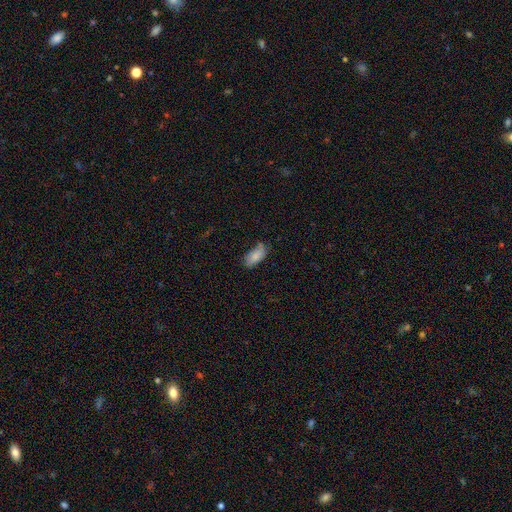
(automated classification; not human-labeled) Smooth or featured?
  - smooth: 82% *
  - featured or disk: 11%
  - star or artifact: 7%
How rounded?
  - in between: 91% *
  - cigar-shaped: 7%
  - round: 2%
Merging?
  - none: 64% *
  - minor disturbance: 27%
  - major disturbance: 6%
  - merger: 4%